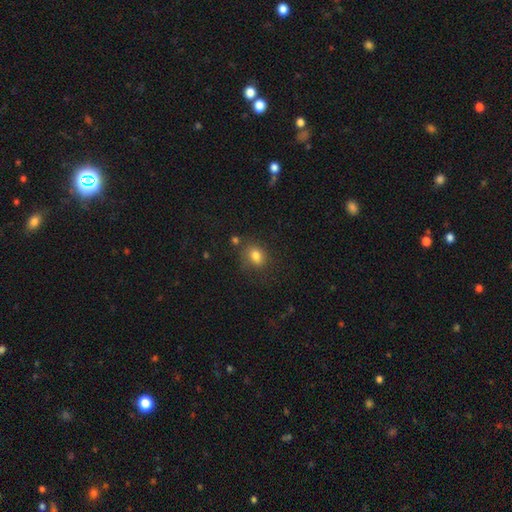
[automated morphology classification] A smooth galaxy with no disk features (79%) that is in between round and cigar-shaped (59%).

Vote fractions:
- Smooth or featured? smooth: 79% / star or artifact: 12% / featured or disk: 9%
- How rounded? in between: 59% / round: 40% / cigar-shaped: 1%
- Merging? none: 67% / minor disturbance: 19% / major disturbance: 8% / merger: 6%